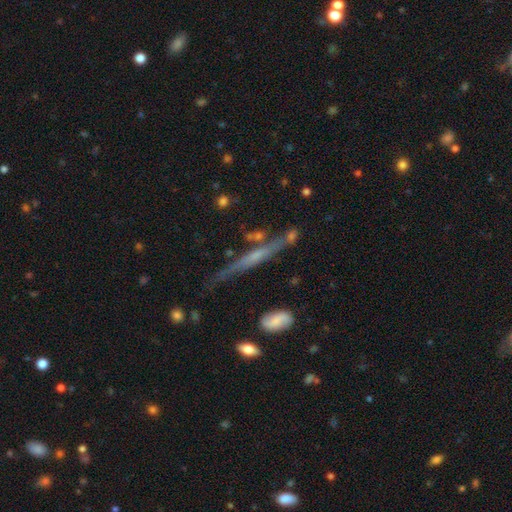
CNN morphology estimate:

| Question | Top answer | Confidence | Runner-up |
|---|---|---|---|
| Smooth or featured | featured or disk | 62% | smooth (27%) |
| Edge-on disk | yes | 91% | no (9%) |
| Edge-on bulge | none | 58% | rounded (27%) |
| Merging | none | 69% | minor disturbance (18%) |